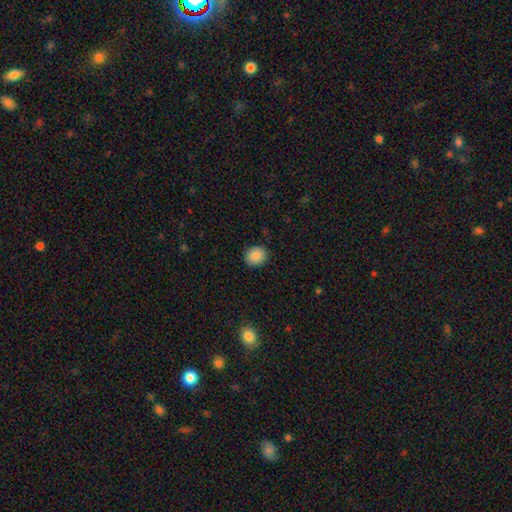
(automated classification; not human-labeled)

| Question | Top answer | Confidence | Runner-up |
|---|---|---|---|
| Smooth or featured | smooth | 87% | star or artifact (9%) |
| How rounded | round | 76% | in between (23%) |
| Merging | none | 89% | minor disturbance (8%) |